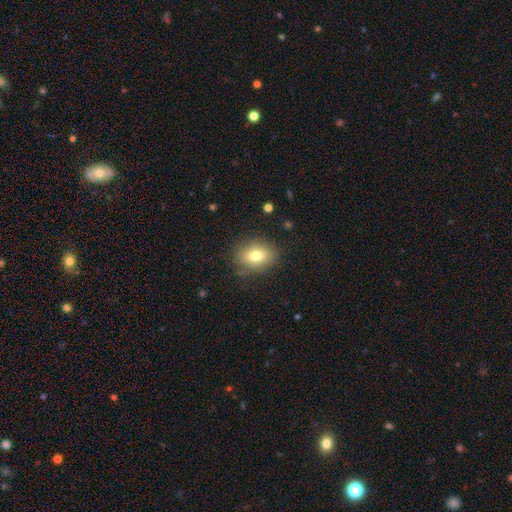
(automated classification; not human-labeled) Smooth or featured: smooth — 76% (featured or disk — 14%)
How rounded: in between — 62% (round — 36%)
Merging: none — 84% (minor disturbance — 11%)